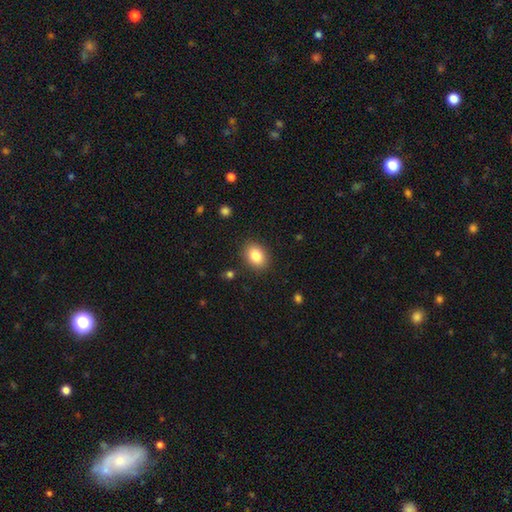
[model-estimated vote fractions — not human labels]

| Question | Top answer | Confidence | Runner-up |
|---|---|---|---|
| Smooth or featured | smooth | 84% | star or artifact (9%) |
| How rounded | in between | 72% | round (27%) |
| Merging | none | 88% | minor disturbance (9%) |